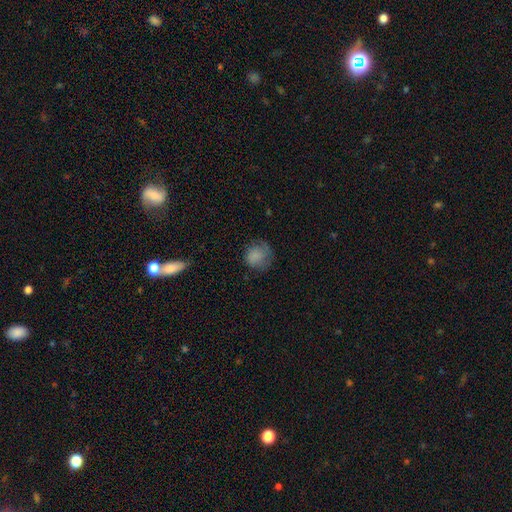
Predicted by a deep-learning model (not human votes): Smooth or featured: smooth — 79% (featured or disk — 12%)
How rounded: round — 83% (in between — 16%)
Merging: none — 64% (minor disturbance — 24%)